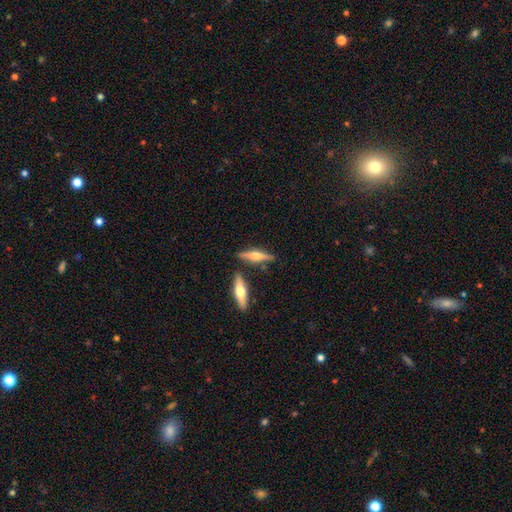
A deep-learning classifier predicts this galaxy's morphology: This is likely a featured or disk galaxy (65%). It is clearly viewed edge-on (97%). Edge-on bulge: clearly rounded (94%). Merging: likely none (77%).